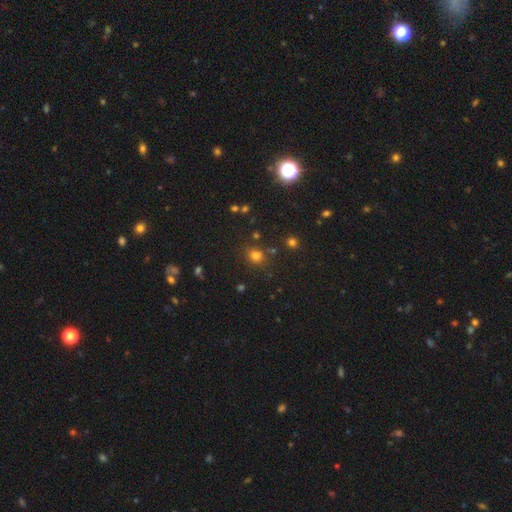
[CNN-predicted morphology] This appears to be a smooth galaxy with no disk features (73%) that is round (74%). Merging: none (79%).